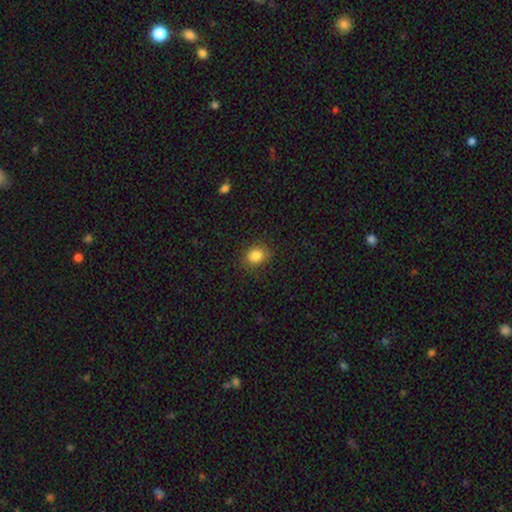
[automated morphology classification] This is clearly a smooth galaxy (84%). How rounded: possibly round (53%). Merging: clearly none (84%).